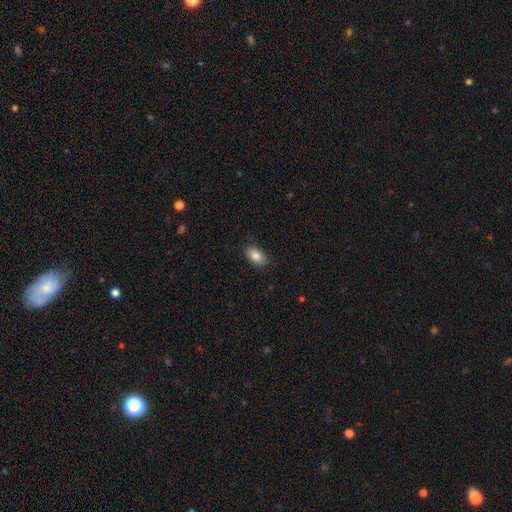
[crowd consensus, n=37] Q: Smooth or featured?
A: smooth (89%); runner-up: featured or disk (11%)
Q: How rounded?
A: in between (85%); runner-up: round (9%)
Q: Merging?
A: none (92%); runner-up: minor disturbance (5%)